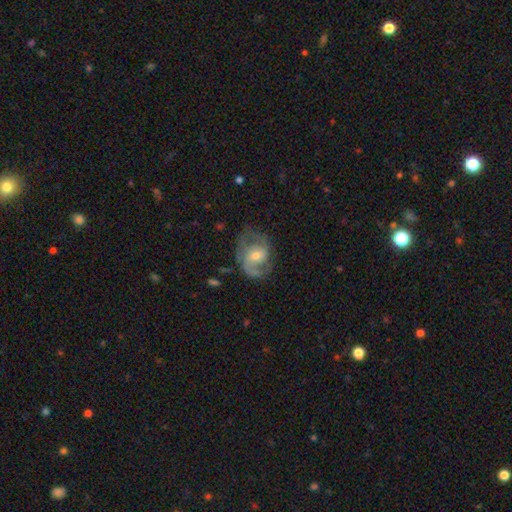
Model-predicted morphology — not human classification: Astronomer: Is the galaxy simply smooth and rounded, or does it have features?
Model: featured or disk — 74%.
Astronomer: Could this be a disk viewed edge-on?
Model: no — 97%.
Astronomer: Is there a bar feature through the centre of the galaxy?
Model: no — 60%.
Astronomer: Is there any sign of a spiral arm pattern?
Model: yes — 89%.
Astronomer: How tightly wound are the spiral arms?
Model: medium — 48% (runner-up: tight, 27%).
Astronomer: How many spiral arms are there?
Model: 2 — 68%.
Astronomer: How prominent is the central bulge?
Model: moderate — 47% (runner-up: small, 46%).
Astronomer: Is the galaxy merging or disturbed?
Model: none — 59%.